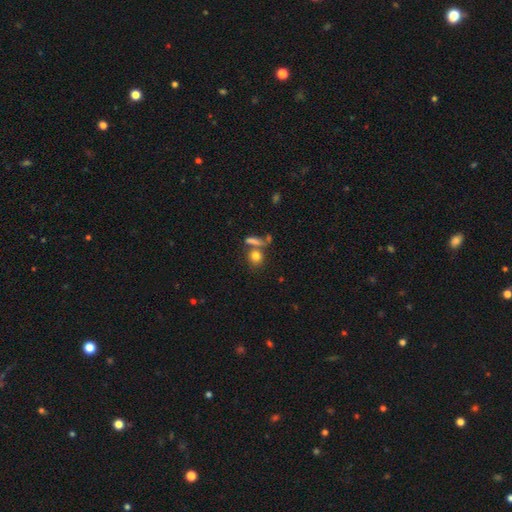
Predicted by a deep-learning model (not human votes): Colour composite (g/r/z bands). It shows a smooth galaxy with no disk features (79%) that is round (72%). Merging: none (59%).